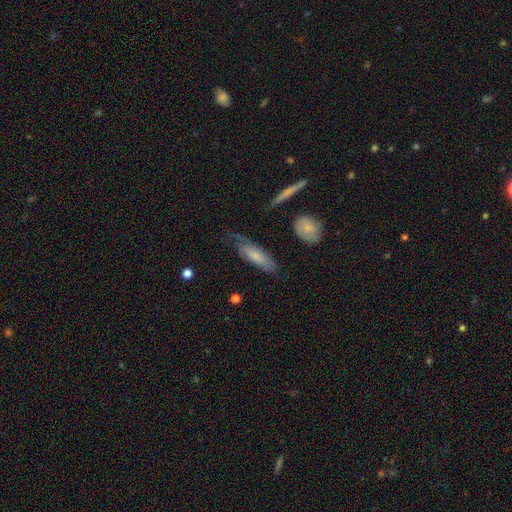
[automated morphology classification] smooth 63%, featured or disk 31%, star or artifact 6%. Down the decision tree: how rounded — in between (56%); merging — none (52%).